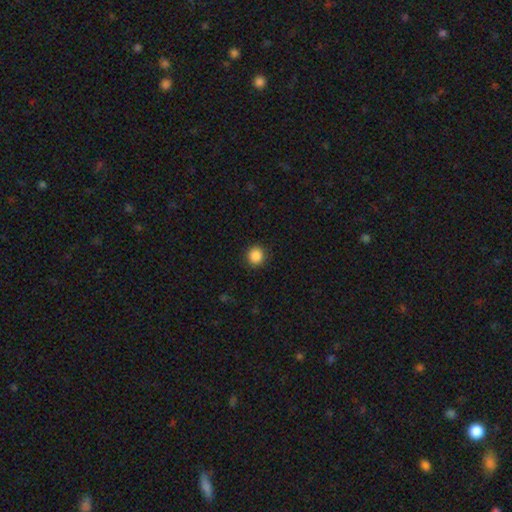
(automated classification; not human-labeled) Smooth or featured? smooth (87%)
How rounded? round (91%)
Merging? none (90%)